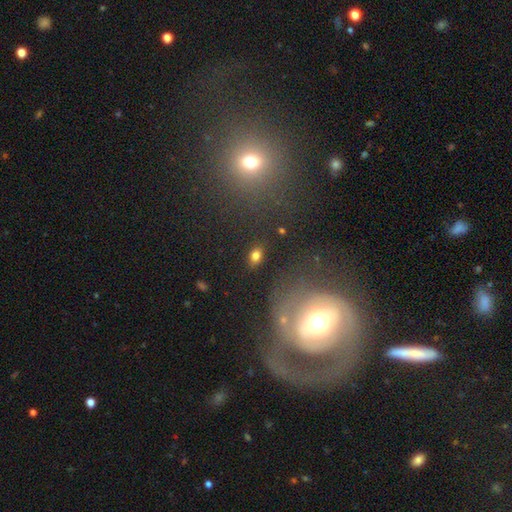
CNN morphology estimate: smooth 78%, star or artifact 13%, featured or disk 8%. Down the decision tree: how rounded — in between (81%); merging — none (85%).